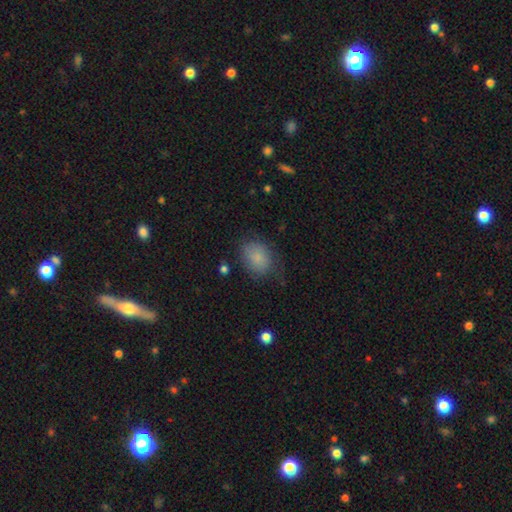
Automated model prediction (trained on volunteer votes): smooth 82%, featured or disk 9%, star or artifact 9%. Down the decision tree: how rounded — in between (59%); merging — none (65%).